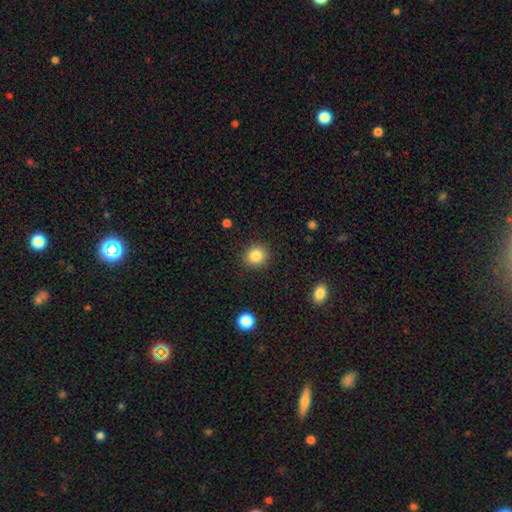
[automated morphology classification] This appears to be a smooth galaxy with no disk features (85%) that is round (83%). Merging: none (89%).